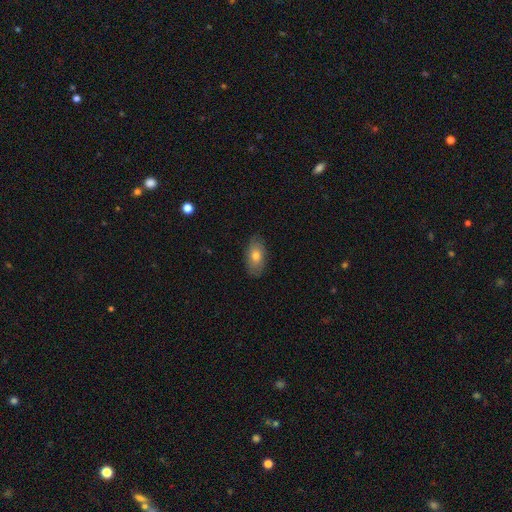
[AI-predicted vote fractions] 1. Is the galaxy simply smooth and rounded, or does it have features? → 69% smooth, 24% featured or disk, 7% star or artifact.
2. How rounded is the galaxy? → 92% in between, 5% round, 3% cigar-shaped.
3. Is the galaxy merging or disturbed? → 83% none, 13% minor disturbance, 3% major disturbance, 1% merger.